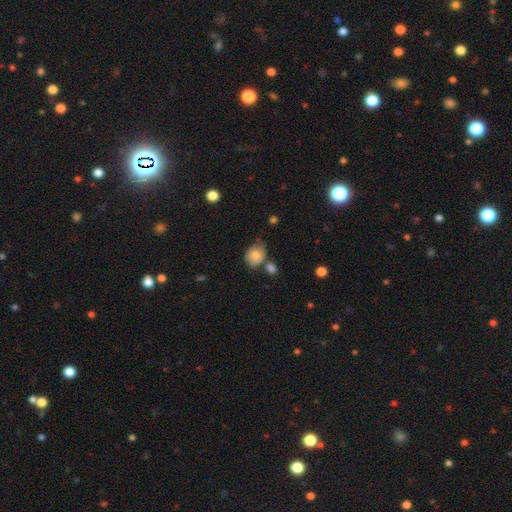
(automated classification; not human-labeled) Smooth or featured? smooth (72%)
How rounded? round (56%)
Merging? none (44%)